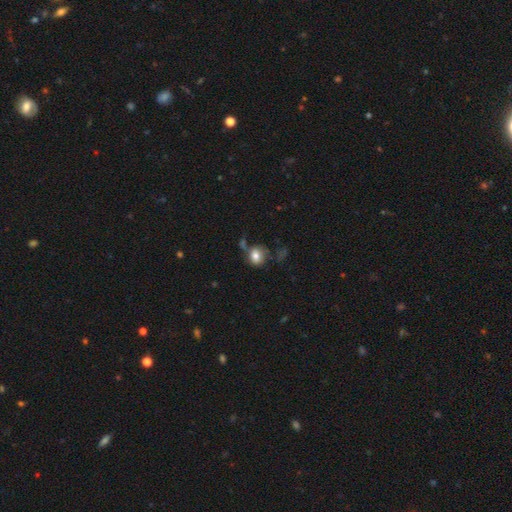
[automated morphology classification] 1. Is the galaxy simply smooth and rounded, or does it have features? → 78% smooth, 12% featured or disk, 10% star or artifact.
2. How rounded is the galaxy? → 58% round, 40% in between, 1% cigar-shaped.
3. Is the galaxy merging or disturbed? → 54% none, 20% minor disturbance, 16% merger, 10% major disturbance.